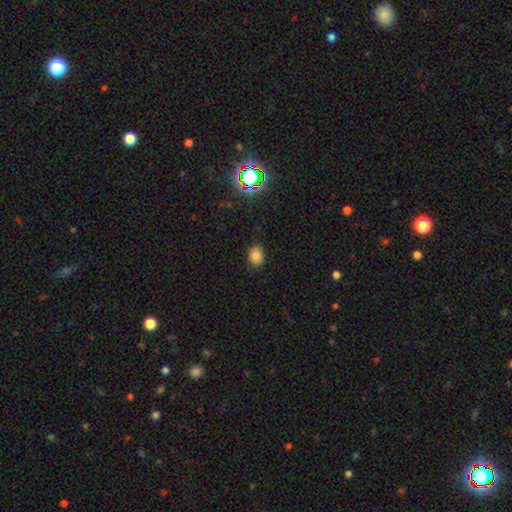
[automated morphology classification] A smooth galaxy with no disk features (82%) that is in between round and cigar-shaped (53%). Merging: none (86%).